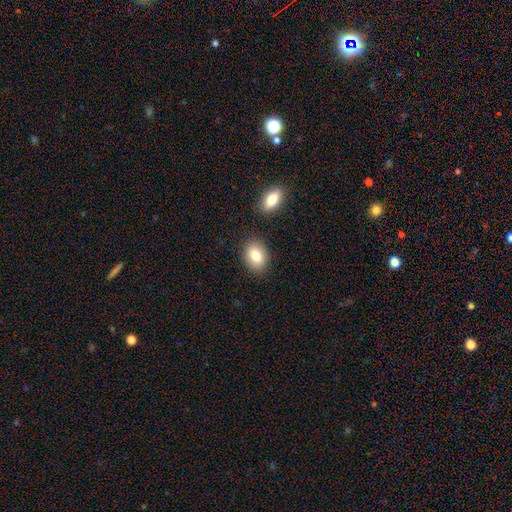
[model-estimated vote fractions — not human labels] A smooth galaxy with no disk features (82%) that is in between round and cigar-shaped (73%).

Vote fractions:
- Smooth or featured? smooth: 82% / featured or disk: 10% / star or artifact: 8%
- How rounded? in between: 73% / round: 26% / cigar-shaped: 1%
- Merging? none: 84% / minor disturbance: 9% / merger: 5% / major disturbance: 2%